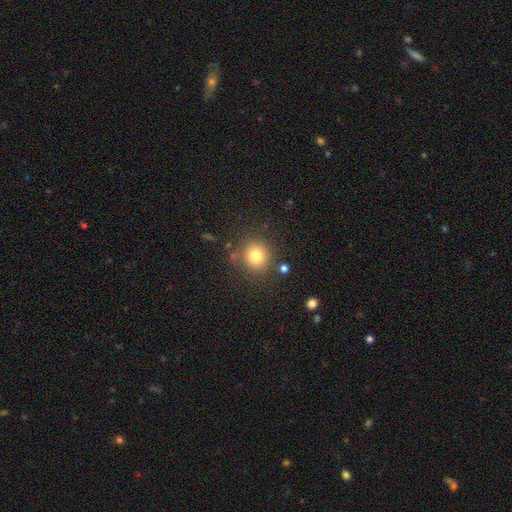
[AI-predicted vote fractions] Smooth or featured? Predicted: smooth (p=0.77). How rounded? Predicted: round (p=0.90). Merging? Predicted: none (p=0.81).